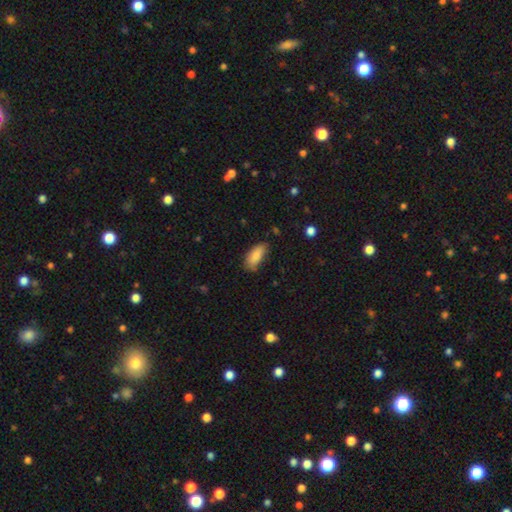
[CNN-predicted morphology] Smooth or featured? Predicted: smooth (p=0.84). How rounded? Predicted: in between (p=0.85). Merging? Predicted: none (p=0.69).